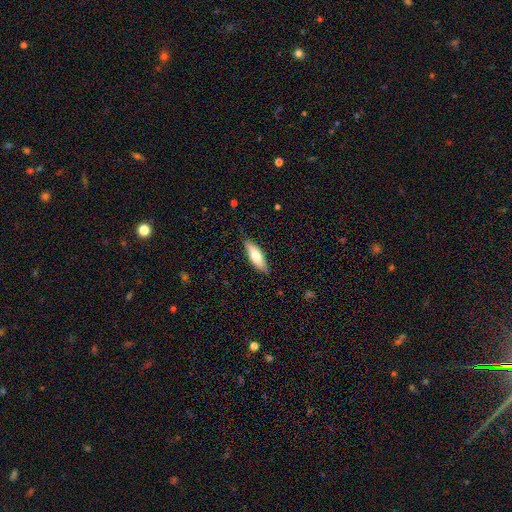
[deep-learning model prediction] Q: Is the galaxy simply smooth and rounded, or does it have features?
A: smooth — 68%.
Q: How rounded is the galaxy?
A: in between — 61%.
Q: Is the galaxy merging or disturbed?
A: none — 85%.